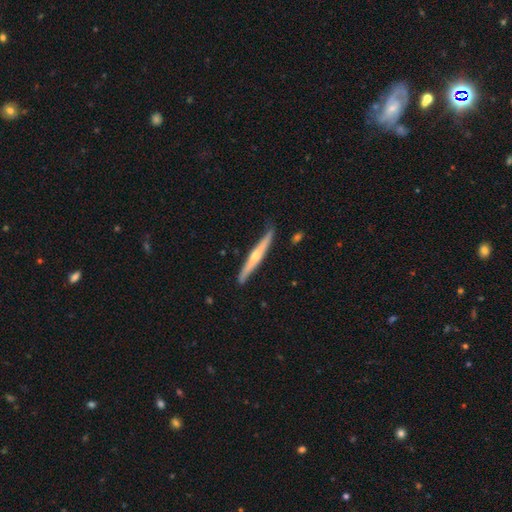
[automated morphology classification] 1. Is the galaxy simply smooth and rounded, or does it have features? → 66% featured or disk, 30% smooth, 5% star or artifact.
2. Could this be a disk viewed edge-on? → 96% yes, 4% no.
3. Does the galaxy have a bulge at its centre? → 82% rounded, 14% none, 3% boxy.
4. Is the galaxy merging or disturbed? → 83% none, 13% minor disturbance, 2% major disturbance, 2% merger.